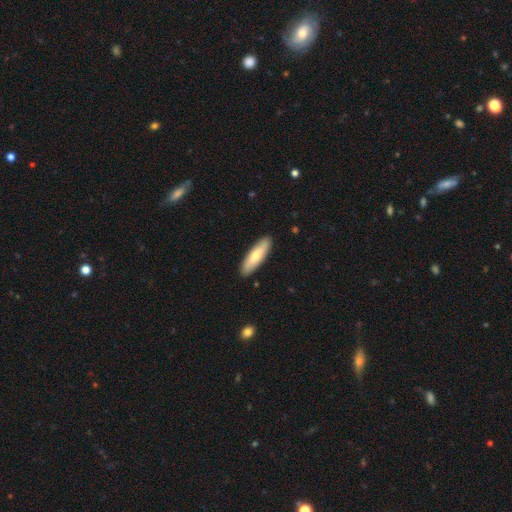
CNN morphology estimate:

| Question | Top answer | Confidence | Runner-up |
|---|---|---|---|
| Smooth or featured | smooth | 68% | featured or disk (27%) |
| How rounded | cigar-shaped | 59% | in between (39%) |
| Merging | none | 90% | minor disturbance (8%) |